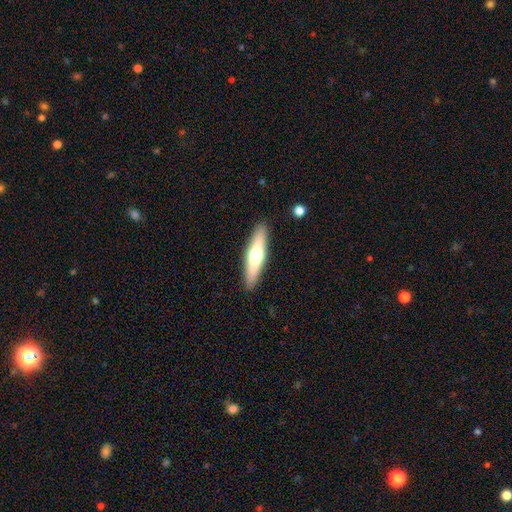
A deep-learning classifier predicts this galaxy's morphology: Overall: smooth (51%; featured or disk 43%). How rounded: cigar-shaped (77%). Merging: none (90%).